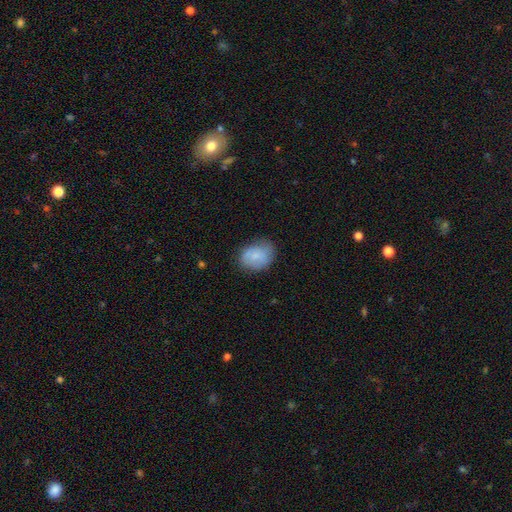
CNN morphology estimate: Smooth or featured?
  - smooth: 72% *
  - featured or disk: 21%
  - star or artifact: 7%
How rounded?
  - in between: 61% *
  - round: 38%
  - cigar-shaped: 1%
Merging?
  - none: 67% *
  - minor disturbance: 25%
  - major disturbance: 7%
  - merger: 1%